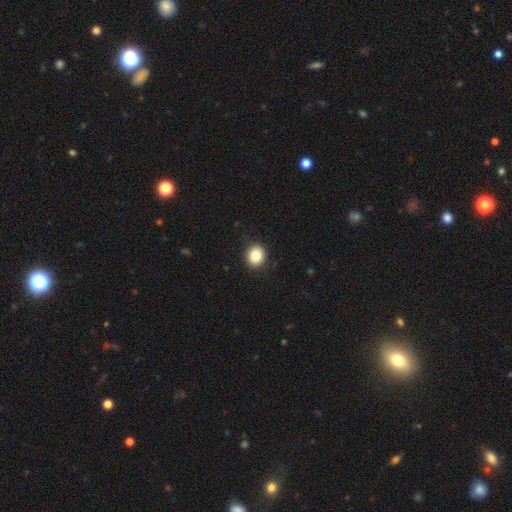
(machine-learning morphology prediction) smooth-or-featured: smooth: 83% | star or artifact: 10% | featured or disk: 7%
  how-rounded: round: 78% | in between: 21% | cigar-shaped: 1%
  merging: none: 91% | minor disturbance: 6% | major disturbance: 2% | merger: 1%